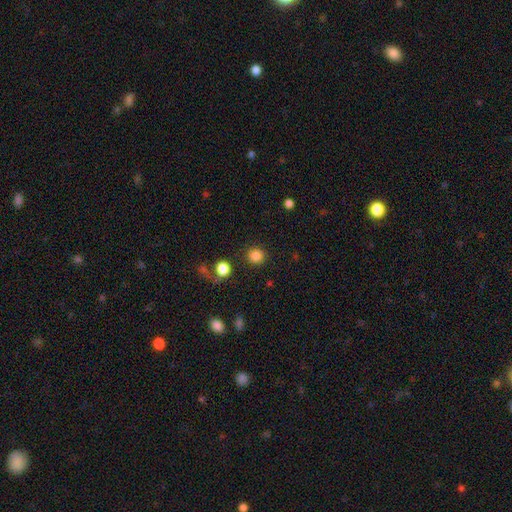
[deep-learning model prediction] This appears to be a smooth galaxy with no disk features (85%) that is round (91%). Merging: none (88%).